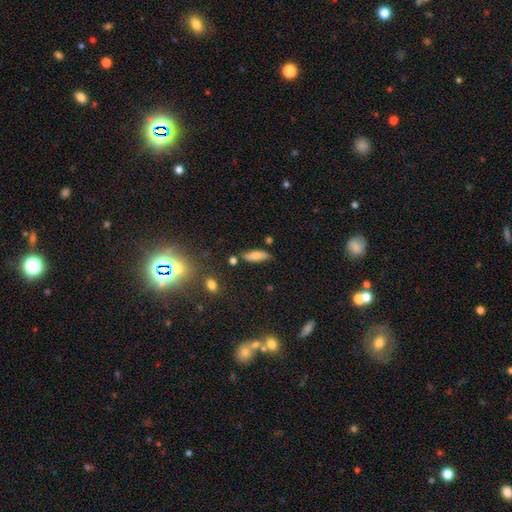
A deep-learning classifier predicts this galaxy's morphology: Smooth or featured?
  - smooth: 74% *
  - featured or disk: 17%
  - star or artifact: 9%
How rounded?
  - in between: 54% *
  - cigar-shaped: 43%
  - round: 3%
Merging?
  - none: 76% *
  - minor disturbance: 16%
  - merger: 5%
  - major disturbance: 3%